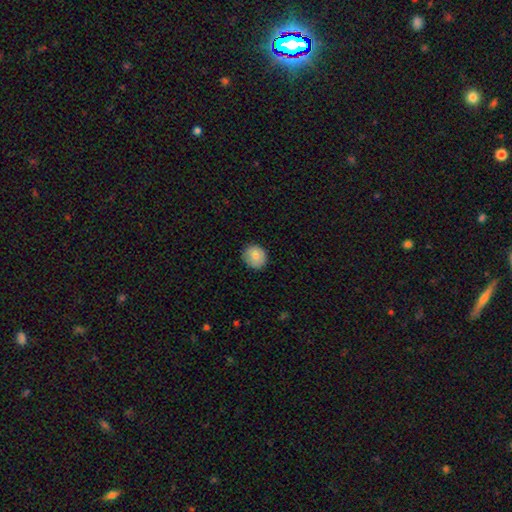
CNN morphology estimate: Smooth or featured?
  - smooth: 84% *
  - featured or disk: 8%
  - star or artifact: 8%
How rounded?
  - round: 83% *
  - in between: 16%
  - cigar-shaped: 1%
Merging?
  - none: 83% *
  - minor disturbance: 13%
  - major disturbance: 3%
  - merger: 1%